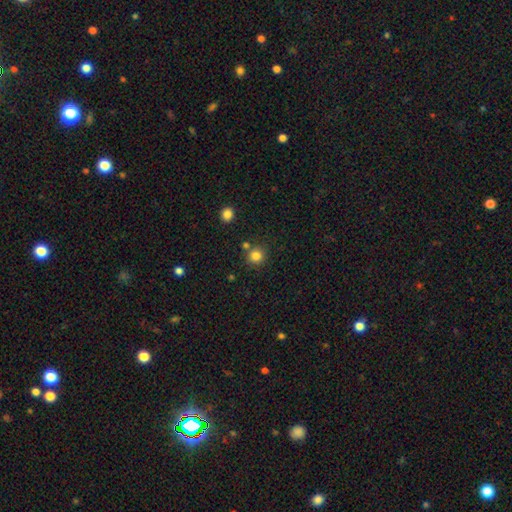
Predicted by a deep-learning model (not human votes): This is clearly a smooth galaxy (82%). How rounded: clearly round (91%). Merging: likely none (78%).